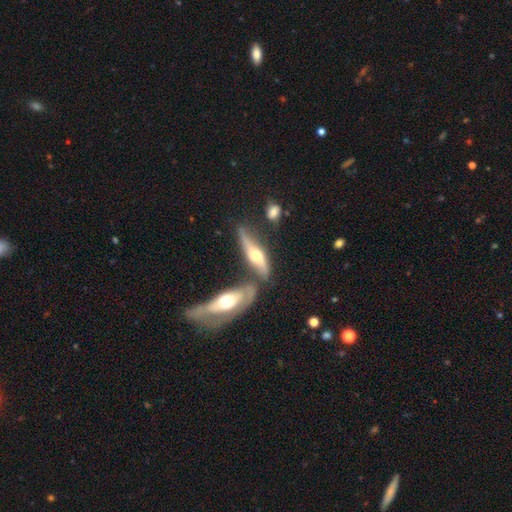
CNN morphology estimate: This appears to be a featured or disk galaxy (66%) viewed edge-on (73%). Merging: none (46%).